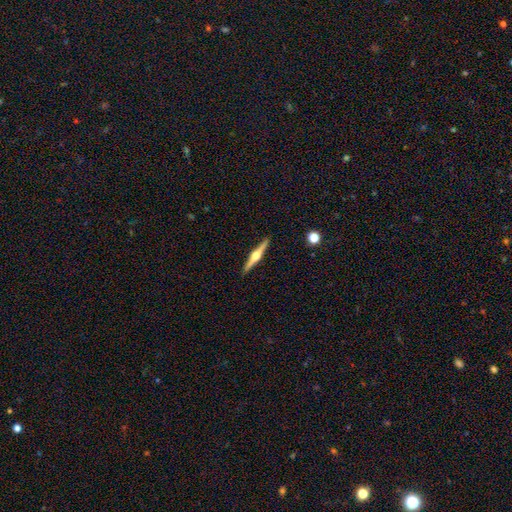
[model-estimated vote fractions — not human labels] Smooth or featured: featured or disk — 80% (smooth — 15%)
Edge-on disk: yes — 99% (no — 1%)
Edge-on bulge: rounded — 95% (boxy — 4%)
Merging: none — 92% (minor disturbance — 6%)